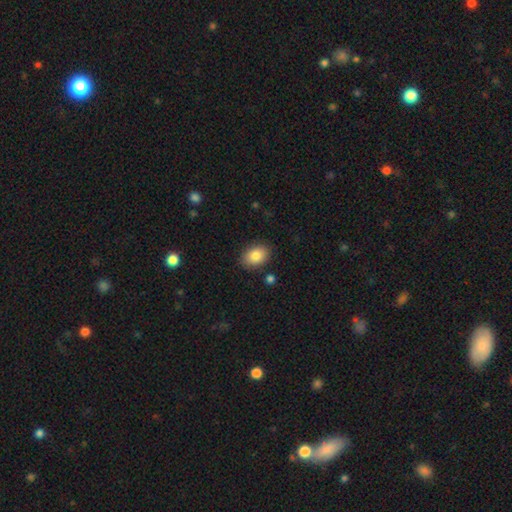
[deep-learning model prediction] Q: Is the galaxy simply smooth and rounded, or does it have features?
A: smooth — 85%.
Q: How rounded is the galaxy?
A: in between — 80%.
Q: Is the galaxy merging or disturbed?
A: none — 86%.